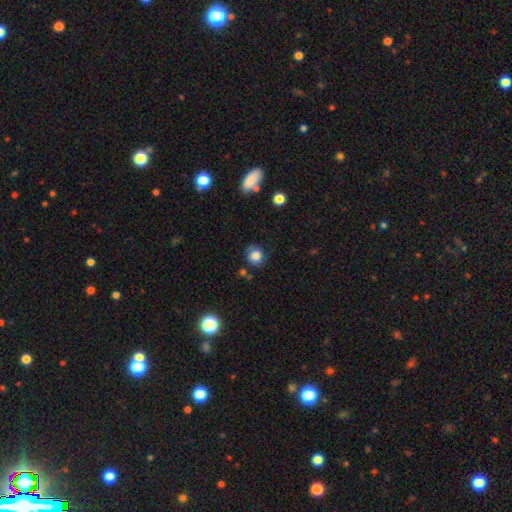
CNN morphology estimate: A smooth galaxy with no disk features (81%) that is round (81%).

Vote fractions:
- Smooth or featured? smooth: 81% / star or artifact: 11% / featured or disk: 8%
- How rounded? round: 81% / in between: 18% / cigar-shaped: 1%
- Merging? none: 74% / minor disturbance: 18% / major disturbance: 5% / merger: 4%